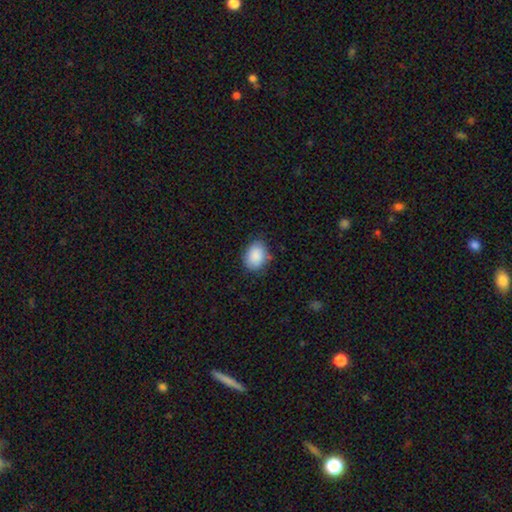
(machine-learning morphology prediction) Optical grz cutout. It shows a smooth galaxy with no disk features (89%) that is in between round and cigar-shaped (67%). Merging: none (79%).